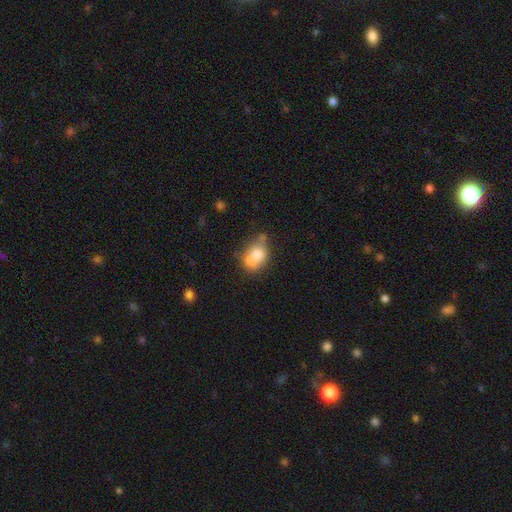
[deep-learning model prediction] smooth-or-featured: smooth: 67% | featured or disk: 23% | star or artifact: 9%
  how-rounded: in between: 63% | round: 35% | cigar-shaped: 2%
  merging: merger: 34% | none: 33% | minor disturbance: 22% | major disturbance: 10%